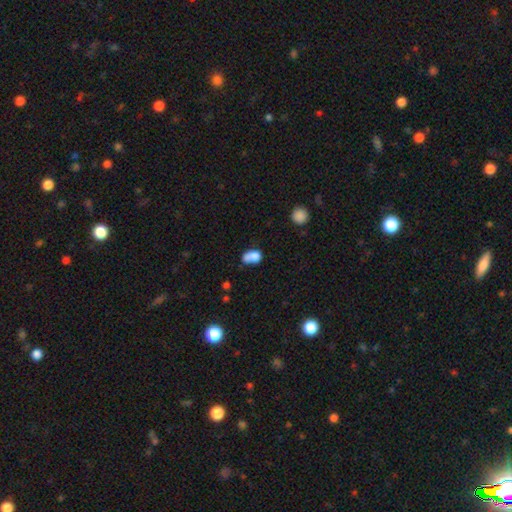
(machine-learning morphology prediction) smooth_or_featured: smooth (p=0.77) [alt: featured or disk p=0.13]
how_rounded: in between (p=0.79) [alt: round p=0.19]
merging: none (p=0.33) [alt: merger p=0.27]